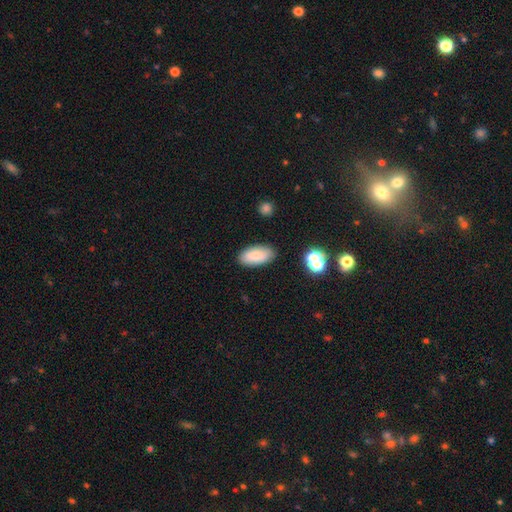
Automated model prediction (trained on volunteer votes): Smooth or featured? Predicted: smooth (p=0.86). How rounded? Predicted: in between (p=0.92). Merging? Predicted: none (p=0.86).